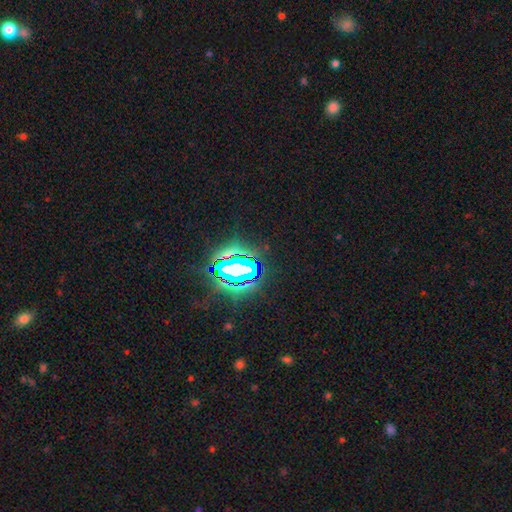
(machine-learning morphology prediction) A star or artifact, not a galaxy (82%).

Vote fractions:
- Smooth or featured? star or artifact: 82% / smooth: 11% / featured or disk: 6%